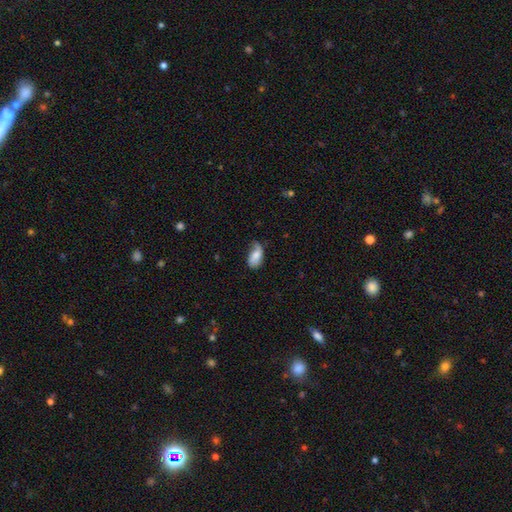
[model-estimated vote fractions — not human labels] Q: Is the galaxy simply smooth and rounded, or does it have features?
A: smooth — 68%.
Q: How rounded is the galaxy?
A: in between — 92%.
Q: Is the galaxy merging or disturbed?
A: minor disturbance — 40%, tied with none.